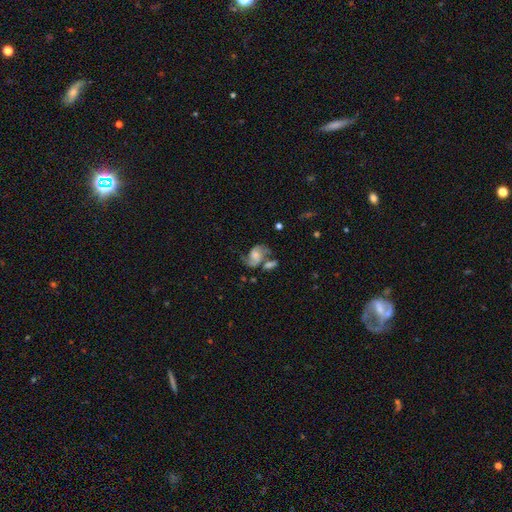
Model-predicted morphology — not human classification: type=featured or disk (75%); edge-on=no (97%); bar=no (62%); spiral arms=yes (93%); winding=loose (46%); arm count=2 (86%); bulge=moderate (38%); merging=none (40%).